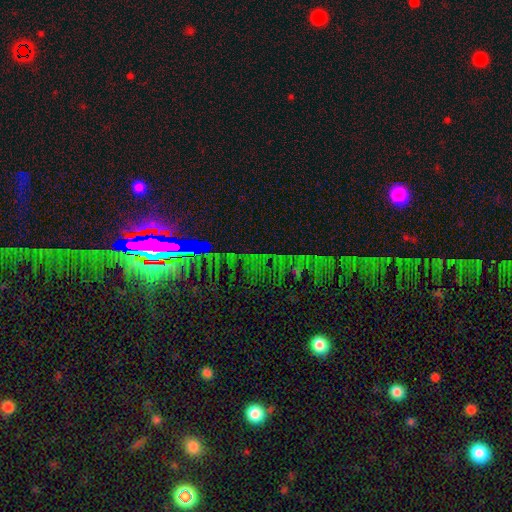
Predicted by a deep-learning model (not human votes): The model was most divided on "smooth or featured": star or artifact: 78%, featured or disk: 12%, smooth: 10%.